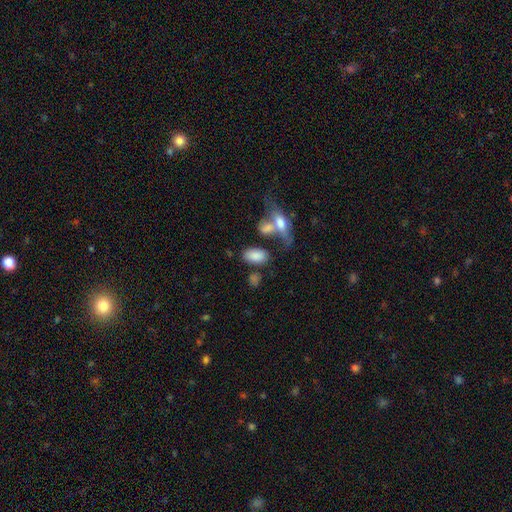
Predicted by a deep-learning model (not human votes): Morphology: type=smooth (83%); roundness=in between (93%); merging=none (54%).